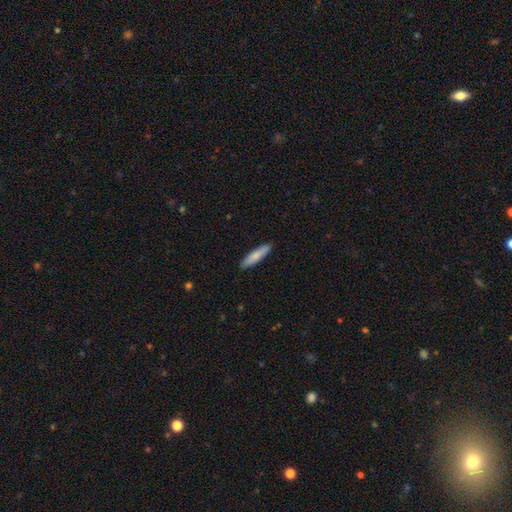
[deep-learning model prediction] smooth 80%, featured or disk 15%, star or artifact 5%. Down the decision tree: how rounded — cigar-shaped (84%); merging — none (90%).